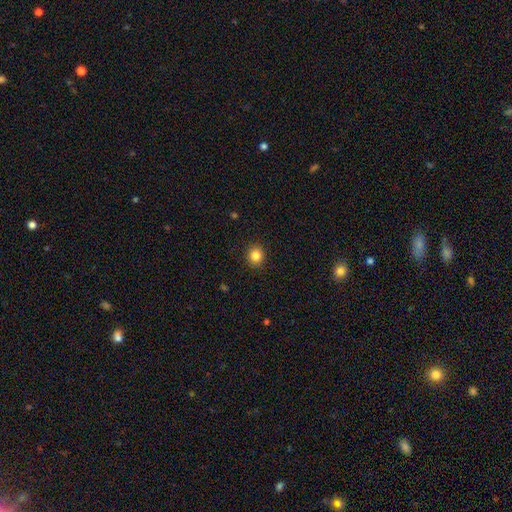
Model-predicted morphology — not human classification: smooth_or_featured: smooth (p=0.84) [alt: star or artifact p=0.11]
how_rounded: round (p=0.85) [alt: in between p=0.14]
merging: none (p=0.91) [alt: minor disturbance p=0.06]